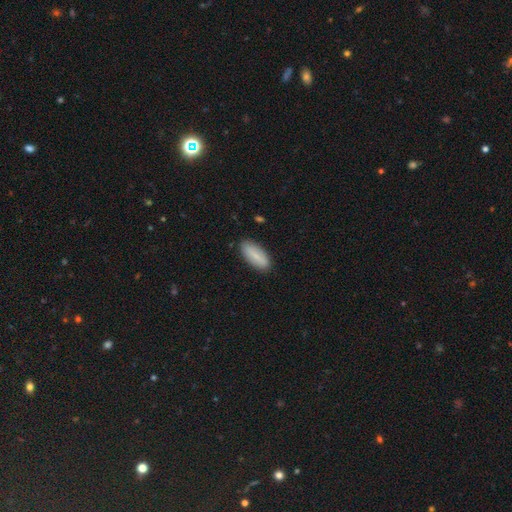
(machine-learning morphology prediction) smooth 78%, featured or disk 16%, star or artifact 6%. Down the decision tree: how rounded — in between (76%); merging — none (86%).